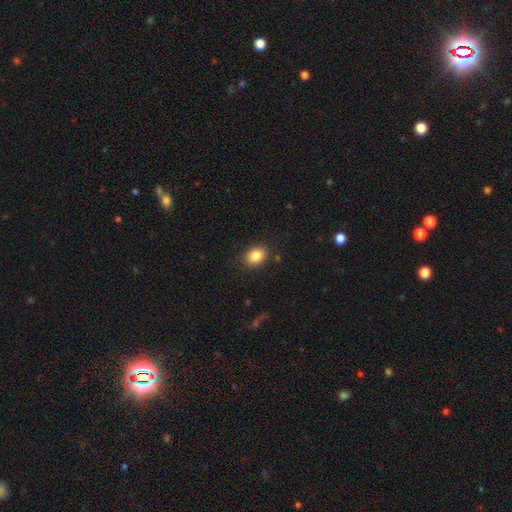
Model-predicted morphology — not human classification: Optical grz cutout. It shows a smooth galaxy with no disk features (85%) that is in between round and cigar-shaped (63%). Merging: none (87%).